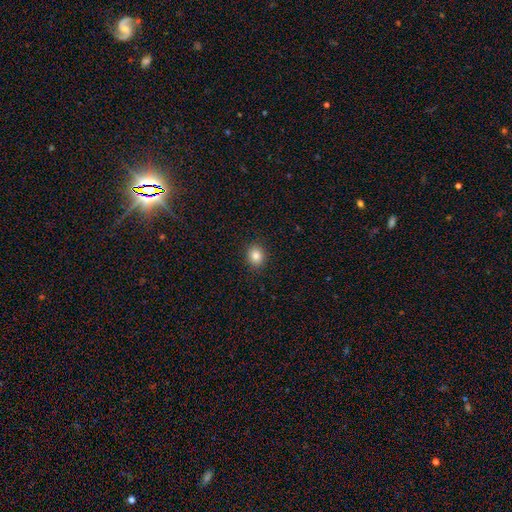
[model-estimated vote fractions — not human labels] Smooth or featured? Predicted: smooth (p=0.84). How rounded? Predicted: round (p=0.71). Merging? Predicted: none (p=0.90).